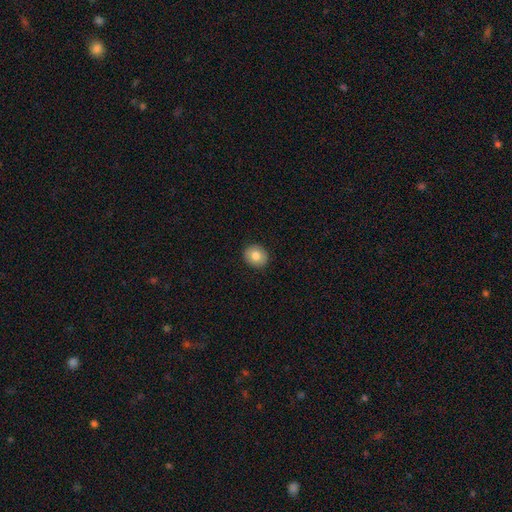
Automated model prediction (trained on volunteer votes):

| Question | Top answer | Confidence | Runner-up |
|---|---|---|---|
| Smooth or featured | smooth | 77% | featured or disk (15%) |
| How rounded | round | 74% | in between (25%) |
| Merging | none | 90% | minor disturbance (7%) |